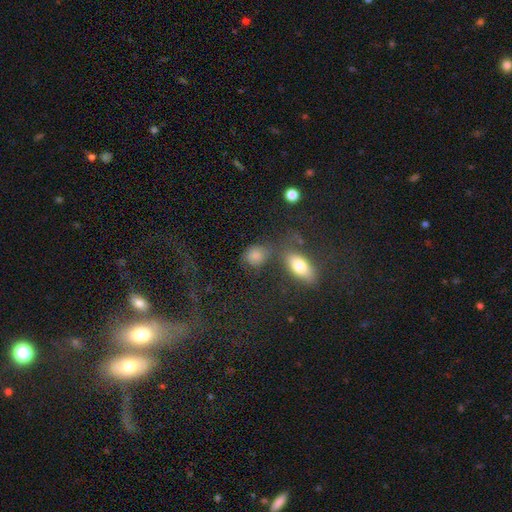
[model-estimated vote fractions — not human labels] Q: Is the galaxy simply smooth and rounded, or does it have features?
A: smooth — 77%.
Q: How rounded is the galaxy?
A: round — 49%.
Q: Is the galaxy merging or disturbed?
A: none — 60%.